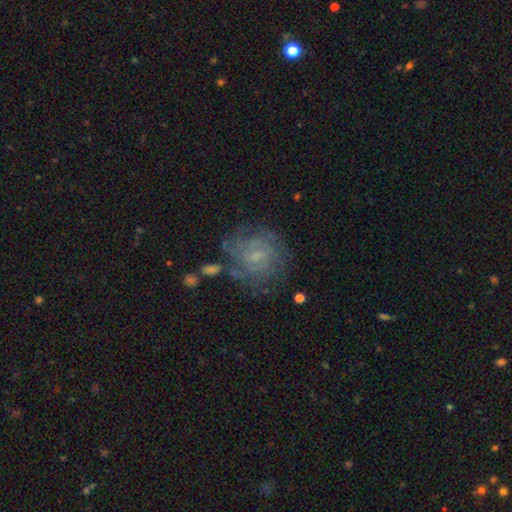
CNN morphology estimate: The model was most divided on "bar": no: 55%, weak: 39%, strong: 6%. More confident: edge-on disk — no (97%); spiral arms — yes (73%); merging — none (63%); smooth or featured — featured or disk (61%); bulge size — small (58%).